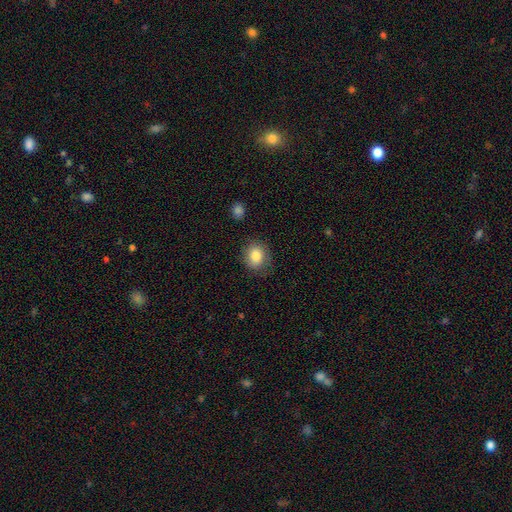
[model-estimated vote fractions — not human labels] Smooth or featured? Predicted: smooth (p=0.84). How rounded? Predicted: round (p=0.58). Merging? Predicted: none (p=0.78).